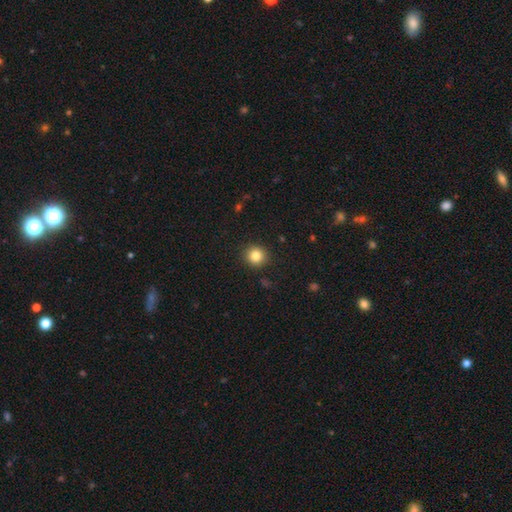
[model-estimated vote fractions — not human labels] This is clearly a smooth galaxy (84%). How rounded: clearly round (91%). Merging: clearly none (91%).